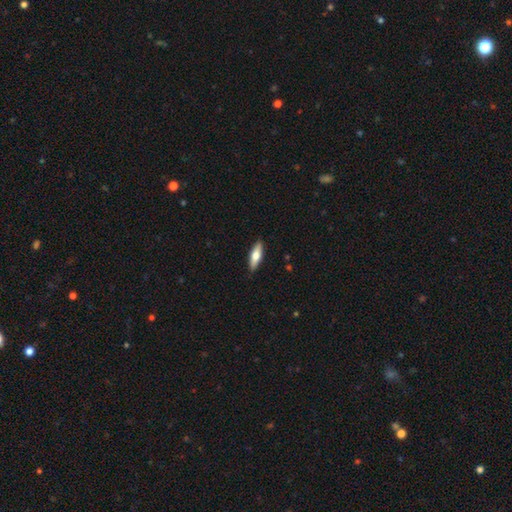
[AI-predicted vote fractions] A smooth galaxy with no disk features (63%) that is cigar-shaped (50%).

Vote fractions:
- Smooth or featured? smooth: 63% / featured or disk: 31% / star or artifact: 6%
- How rounded? cigar-shaped: 50% / in between: 48% / round: 2%
- Merging? none: 89% / minor disturbance: 8% / major disturbance: 2% / merger: 1%